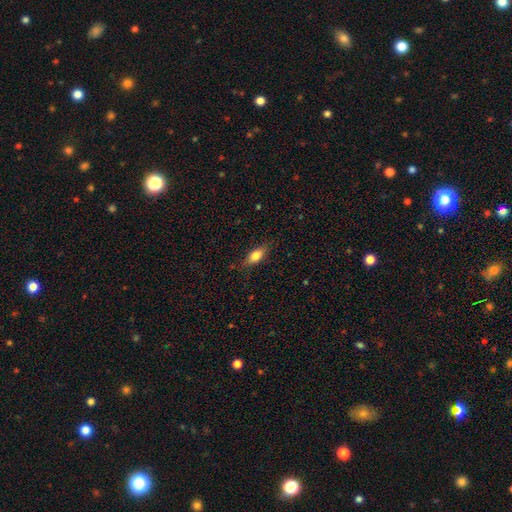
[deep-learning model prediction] This appears to be a smooth galaxy with no disk features (79%) that is in between round and cigar-shaped (79%). Merging: none (81%).